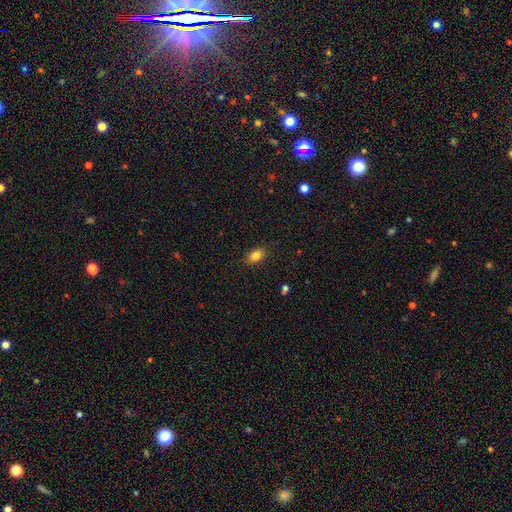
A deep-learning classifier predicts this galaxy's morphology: smooth 84%, star or artifact 9%, featured or disk 7%. Down the decision tree: how rounded — in between (86%); merging — none (87%).